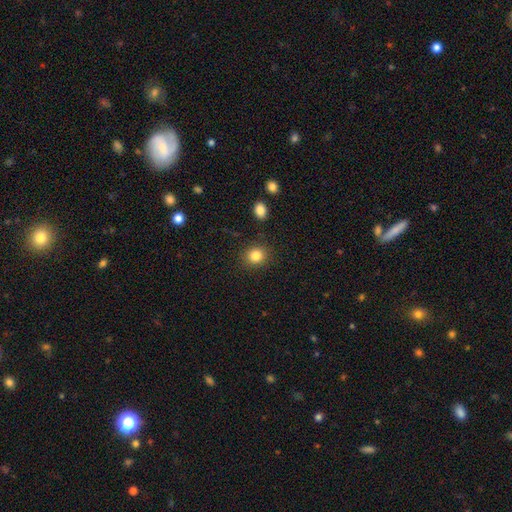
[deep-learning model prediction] Overall: smooth (84%). How rounded: round (80%). Merging: none (88%).